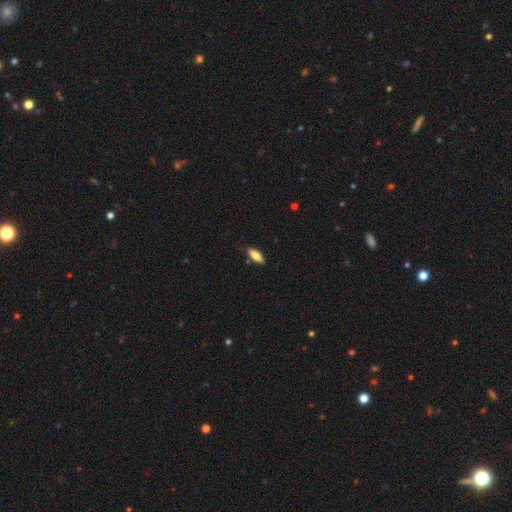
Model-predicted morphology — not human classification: A smooth galaxy with no disk features (71%) that is in between round and cigar-shaped (64%).

Vote fractions:
- Smooth or featured? smooth: 71% / featured or disk: 22% / star or artifact: 7%
- How rounded? in between: 64% / cigar-shaped: 34% / round: 2%
- Merging? none: 81% / minor disturbance: 14% / major disturbance: 3% / merger: 2%